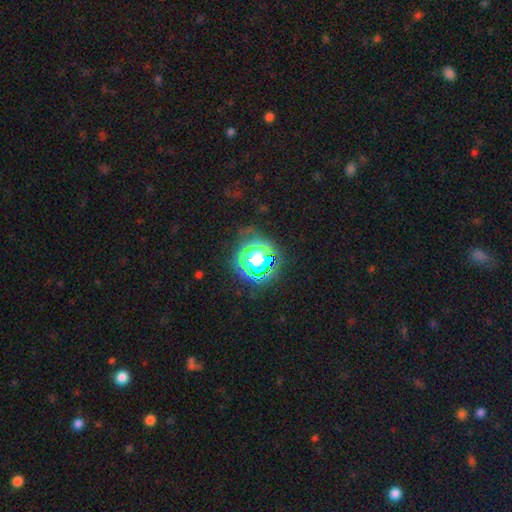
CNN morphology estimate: Q: Smooth or featured?
A: star or artifact (52%); runner-up: smooth (31%)